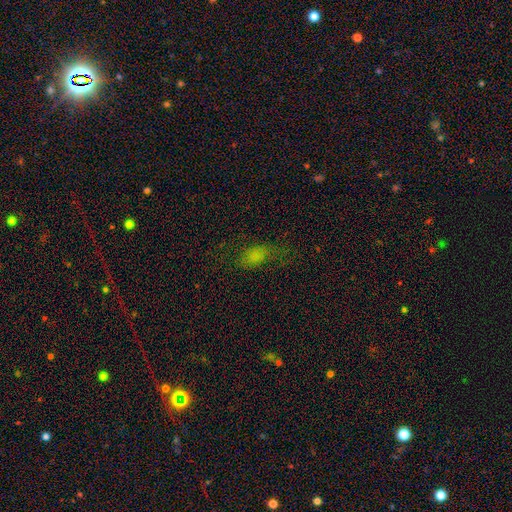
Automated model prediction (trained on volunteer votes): Morphology: type=smooth (68%); roundness=in between (83%); merging=none (52%).